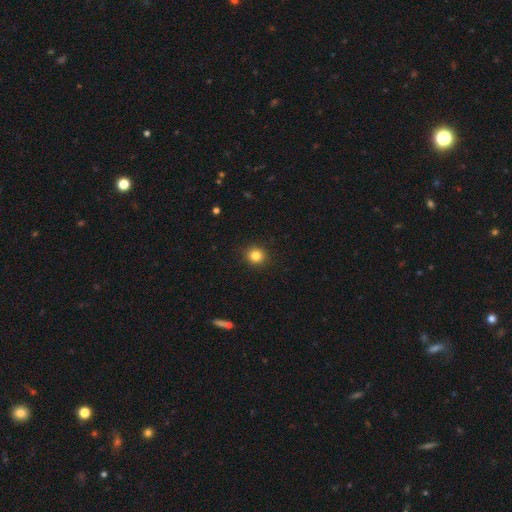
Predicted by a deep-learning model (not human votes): The model was most divided on "smooth or featured": smooth: 84%, star or artifact: 11%, featured or disk: 5%. More confident: merging — none (91%); how rounded — round (89%).